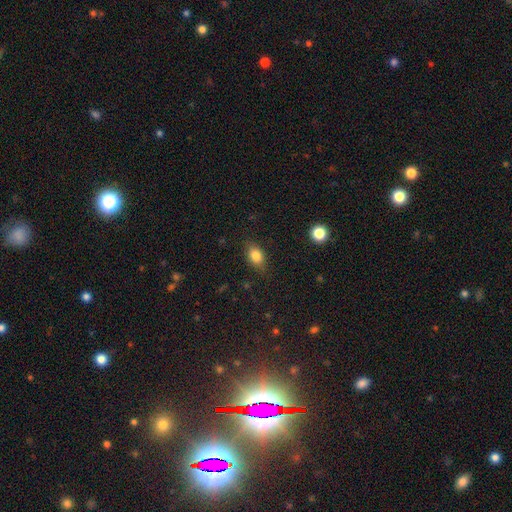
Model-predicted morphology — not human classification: Smooth or featured: smooth — 82% (star or artifact — 10%)
How rounded: in between — 73% (round — 25%)
Merging: none — 79% (minor disturbance — 16%)